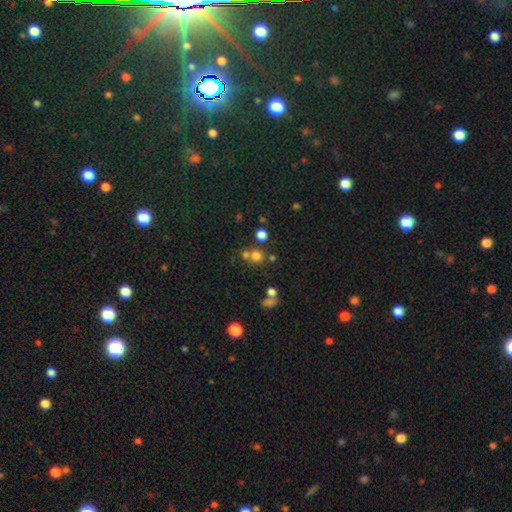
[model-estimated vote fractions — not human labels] The model was most divided on "merging": none: 59%, merger: 29%, minor disturbance: 8%, major disturbance: 4%. More confident: how rounded — round (88%); smooth or featured — smooth (69%).